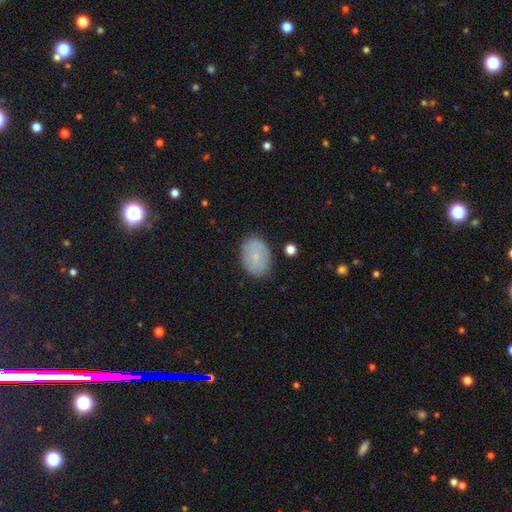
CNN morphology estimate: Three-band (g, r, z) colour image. It shows a smooth galaxy with no disk features (64%) that is in between round and cigar-shaped (74%). Merging: none (82%).